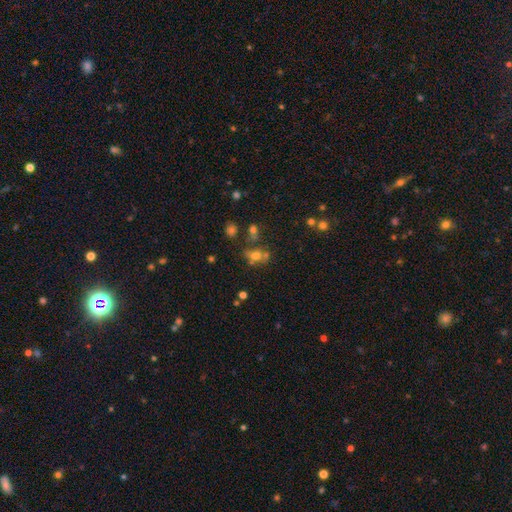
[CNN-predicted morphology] Smooth or featured: smooth — 58% (star or artifact — 22%)
How rounded: in between — 51% (round — 46%)
Merging: none — 45% (merger — 30%)